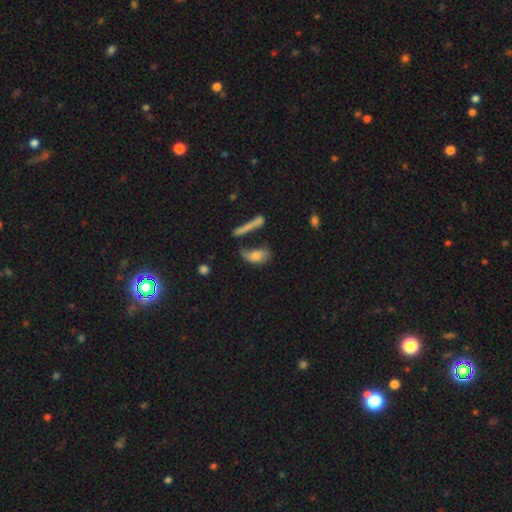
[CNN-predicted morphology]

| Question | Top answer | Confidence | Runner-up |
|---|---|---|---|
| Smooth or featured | smooth | 66% | featured or disk (25%) |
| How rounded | in between | 74% | cigar-shaped (19%) |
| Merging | none | 33% | major disturbance (25%) |